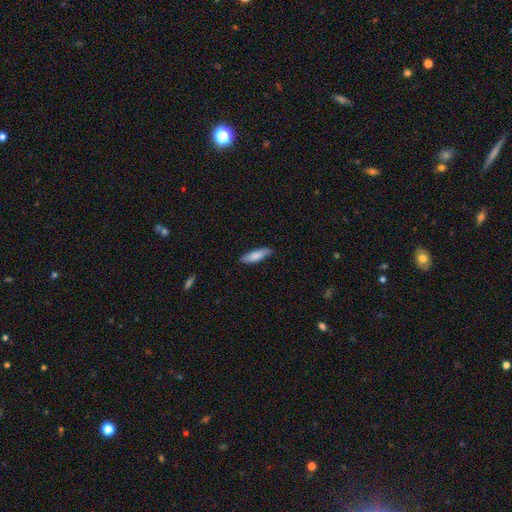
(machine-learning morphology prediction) Smooth or featured? smooth (79%)
How rounded? cigar-shaped (57%)
Merging? none (80%)